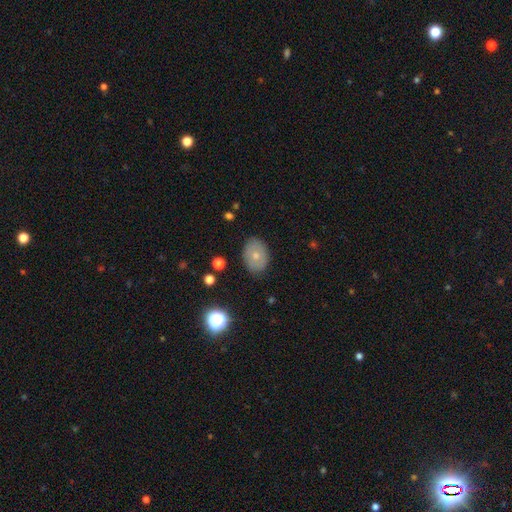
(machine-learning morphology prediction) The model was most divided on "how rounded": in between: 70%, round: 29%, cigar-shaped: 1%. More confident: merging — none (83%); smooth or featured — smooth (67%).